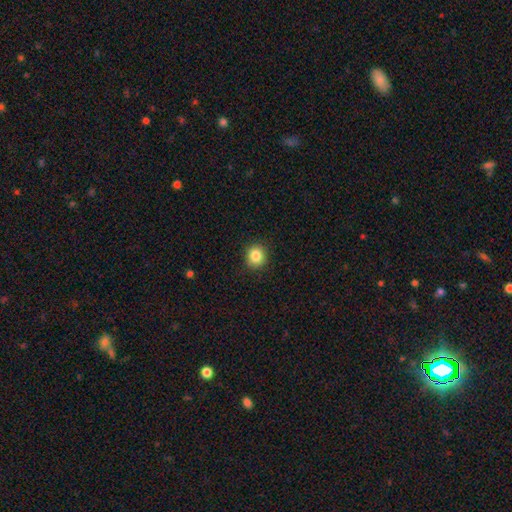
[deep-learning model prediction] smooth 85%, star or artifact 10%, featured or disk 5%. Down the decision tree: how rounded — round (87%); merging — none (90%).